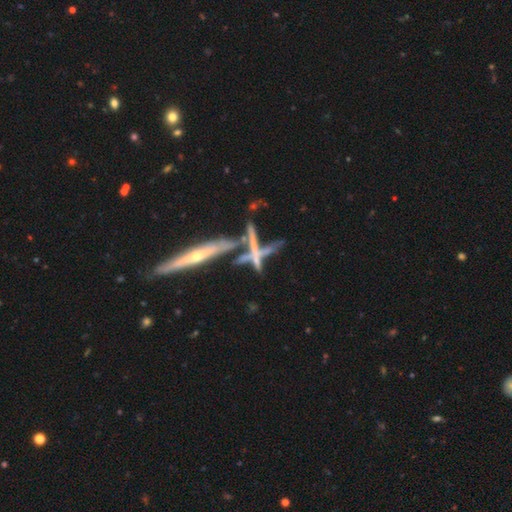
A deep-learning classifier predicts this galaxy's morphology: This is likely a featured or disk galaxy (63%). It is clearly viewed edge-on (82%). Edge-on bulge: possibly none (53%). Merging: marginally none (44%).